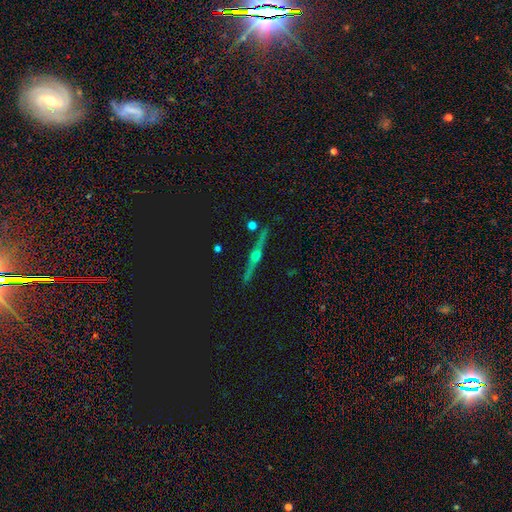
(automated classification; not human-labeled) featured or disk 80%, star or artifact 10%, smooth 9%. Down the decision tree: edge-on disk — yes (98%); edge-on bulge — rounded (95%); merging — none (90%).